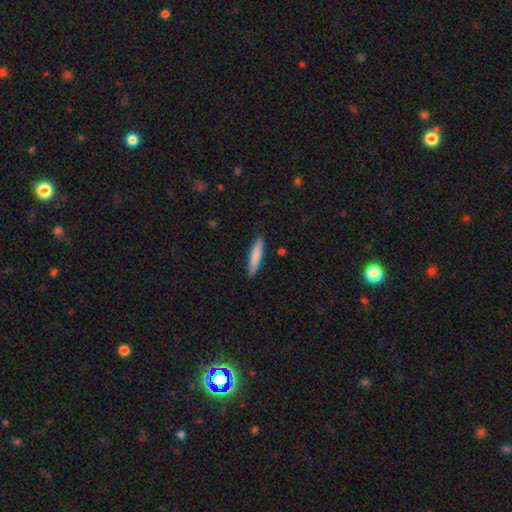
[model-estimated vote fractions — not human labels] smooth 80%, featured or disk 15%, star or artifact 5%. Down the decision tree: how rounded — cigar-shaped (89%); merging — none (90%).